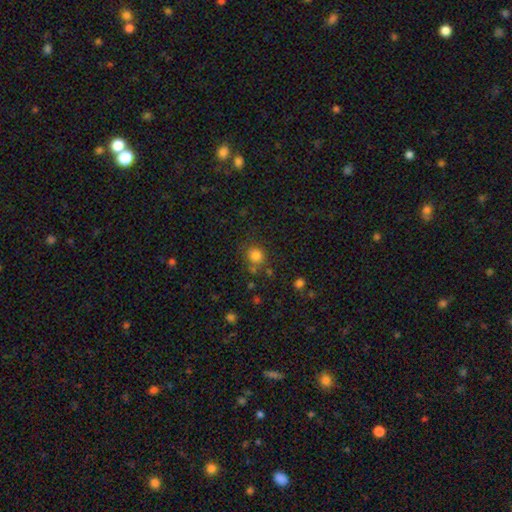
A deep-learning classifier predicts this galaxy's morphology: Smooth or featured: smooth — 81% (star or artifact — 14%)
How rounded: round — 84% (in between — 15%)
Merging: none — 72% (minor disturbance — 13%)